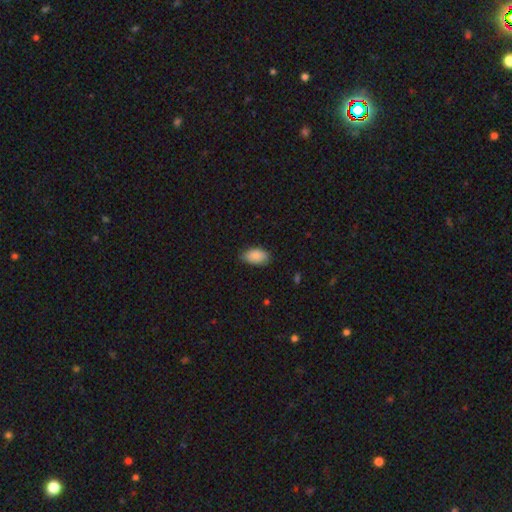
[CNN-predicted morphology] This appears to be a smooth galaxy with no disk features (88%) that is in between round and cigar-shaped (93%). Merging: none (76%).